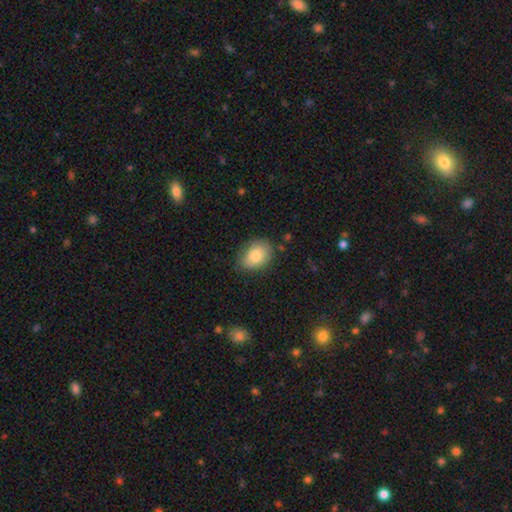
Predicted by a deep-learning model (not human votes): This appears to be a smooth galaxy with no disk features (80%) that is in between round and cigar-shaped (71%). Merging: none (74%).